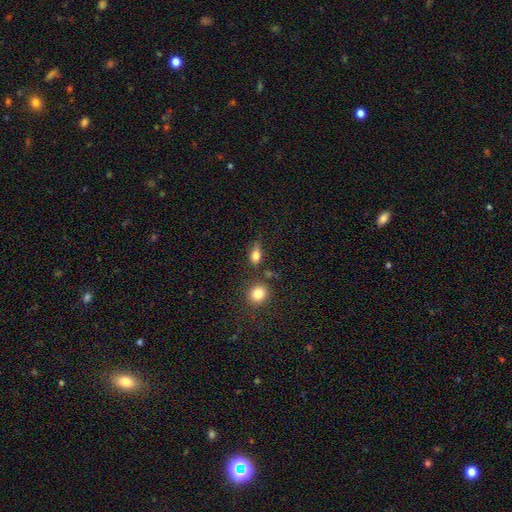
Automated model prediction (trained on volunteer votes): smooth 79%, featured or disk 10%, star or artifact 10%. Down the decision tree: how rounded — in between (74%); merging — none (62%).